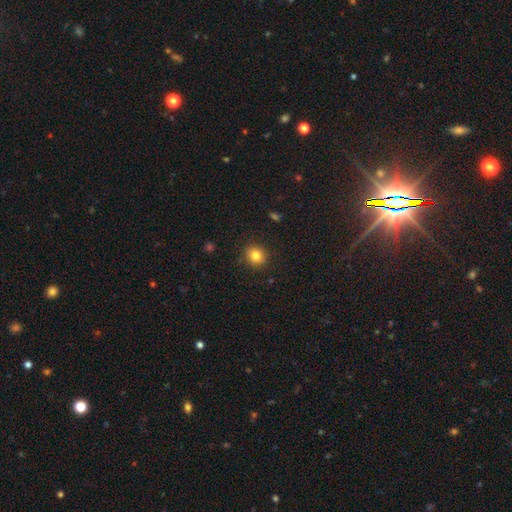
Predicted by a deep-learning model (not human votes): Q: Smooth or featured?
A: smooth (83%); runner-up: star or artifact (11%)
Q: How rounded?
A: round (80%); runner-up: in between (19%)
Q: Merging?
A: none (88%); runner-up: minor disturbance (8%)